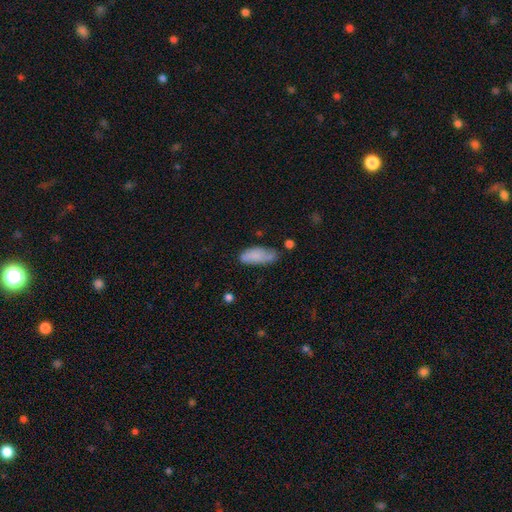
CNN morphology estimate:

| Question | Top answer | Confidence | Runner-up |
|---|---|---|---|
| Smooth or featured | smooth | 80% | featured or disk (14%) |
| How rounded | in between | 75% | cigar-shaped (23%) |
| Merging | none | 59% | minor disturbance (28%) |